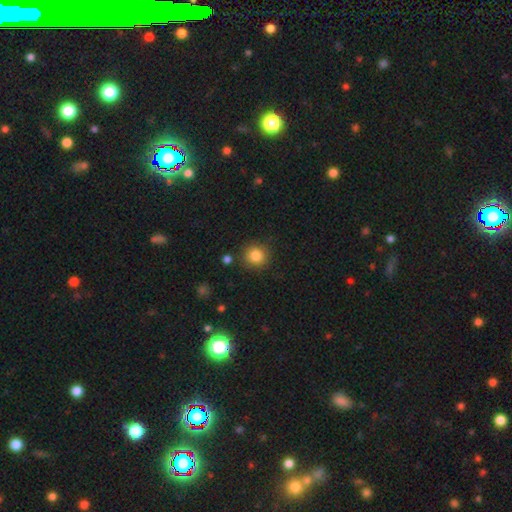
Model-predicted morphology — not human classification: A smooth galaxy with no disk features (85%) that is round (92%). Merging: none (86%).